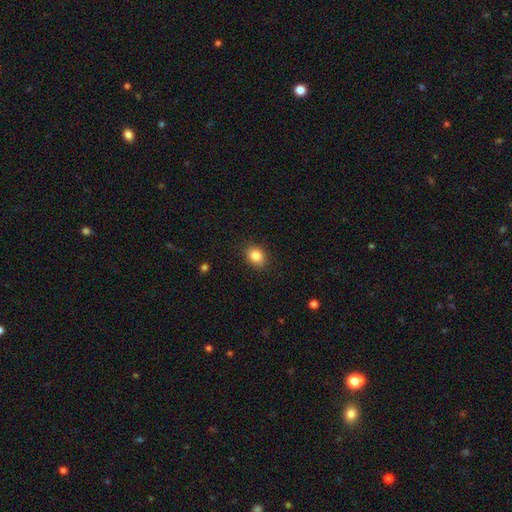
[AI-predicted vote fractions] Smooth or featured? smooth (84%)
How rounded? in between (54%)
Merging? none (86%)